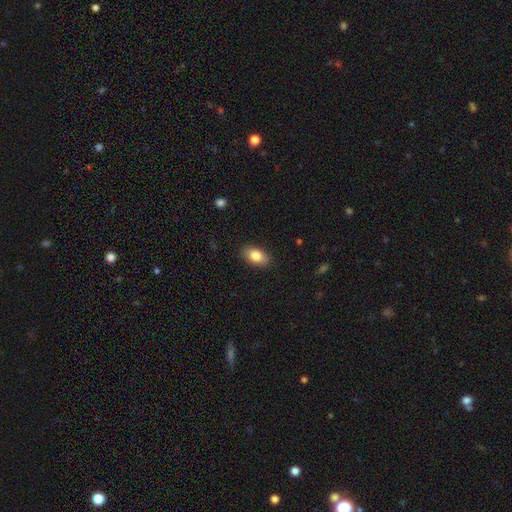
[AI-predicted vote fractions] This appears to be a smooth galaxy with no disk features (84%) that is in between round and cigar-shaped (90%). Merging: none (87%).